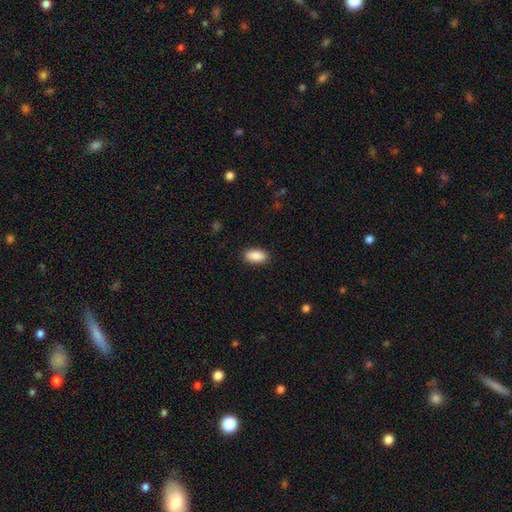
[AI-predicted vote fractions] smooth 90%, star or artifact 6%, featured or disk 3%. Down the decision tree: how rounded — in between (94%); merging — none (89%).